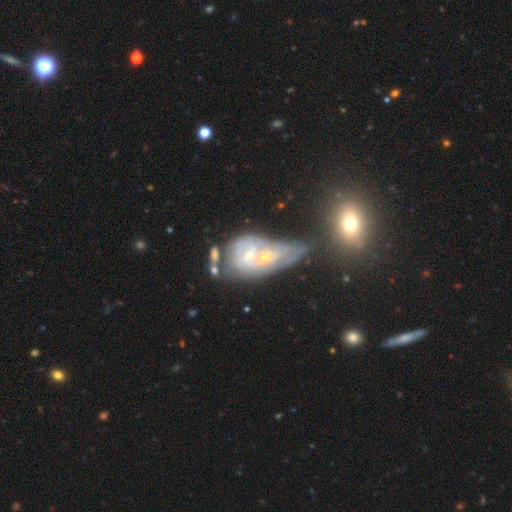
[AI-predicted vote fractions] Q: Smooth or featured?
A: featured or disk (70%); runner-up: smooth (19%)
Q: Edge-on disk?
A: no (94%); runner-up: yes (6%)
Q: Bar?
A: no (73%); runner-up: weak (21%)
Q: Spiral arms?
A: yes (65%); runner-up: no (35%)
Q: Bulge size?
A: small (60%); runner-up: moderate (33%)
Q: Merging?
A: merger (44%); runner-up: none (25%)